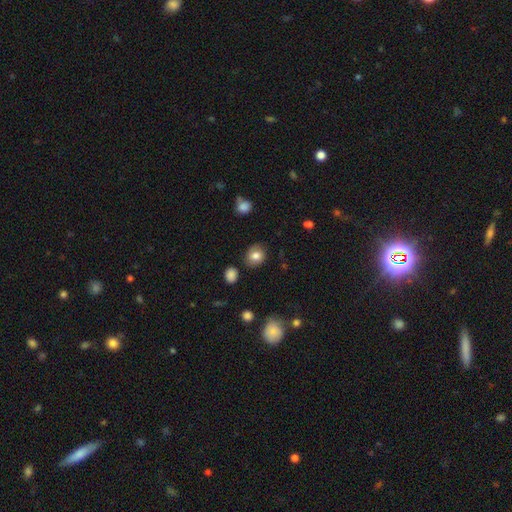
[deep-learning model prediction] smooth_or_featured: smooth (p=0.82) [alt: star or artifact p=0.10]
how_rounded: round (p=0.73) [alt: in between p=0.26]
merging: none (p=0.83) [alt: minor disturbance p=0.12]